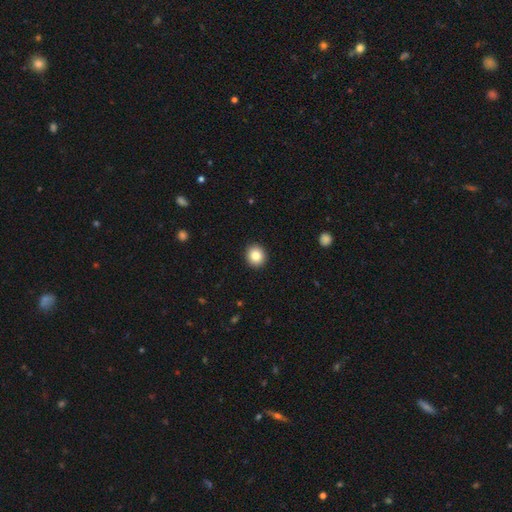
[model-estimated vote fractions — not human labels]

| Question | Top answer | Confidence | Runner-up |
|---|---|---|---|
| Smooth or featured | smooth | 85% | star or artifact (9%) |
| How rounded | round | 85% | in between (14%) |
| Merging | none | 92% | minor disturbance (5%) |